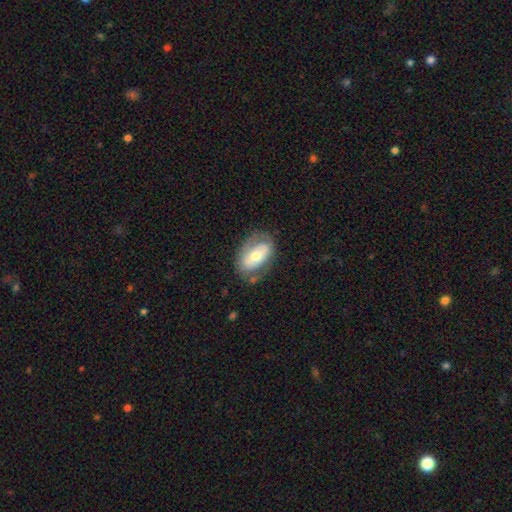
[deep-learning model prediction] Overall: smooth (48%; featured or disk 46%). Merging: none (68%).